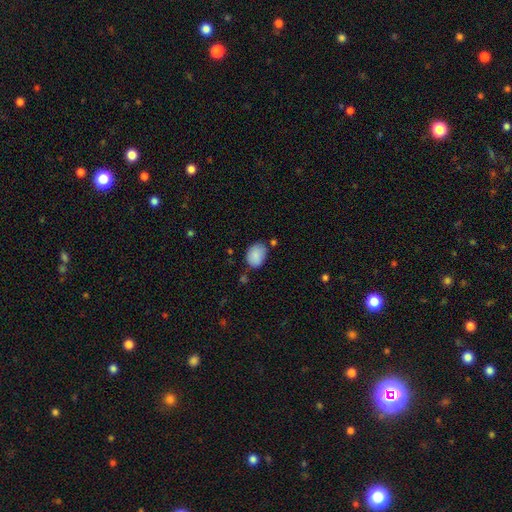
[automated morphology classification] A smooth galaxy with no disk features (88%) that is in between round and cigar-shaped (72%). Merging: none (69%).